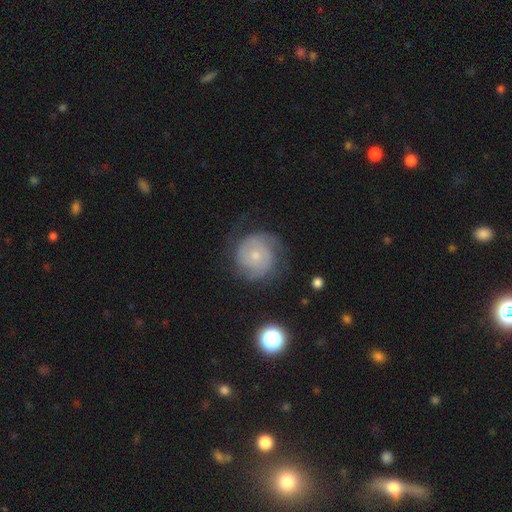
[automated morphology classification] smooth-or-featured: featured or disk: 71% | smooth: 21% | star or artifact: 8%
  disk-edge-on: no: 98% | yes: 2%
    bar: no: 79% | weak: 18% | strong: 3%
    has-spiral-arms: yes: 91% | no: 9%
      spiral-winding: tight: 61% | medium: 30% | loose: 9%
      spiral-arm-count: 2: 48% | can't tell: 25% | 3: 14% | 1: 5% | 4: 4% | more than 4: 3%
    bulge-size: small: 69% | moderate: 25% | none: 3% | large: 2% | dominant: 1%
  merging: none: 70% | minor disturbance: 19% | major disturbance: 10% | merger: 1%